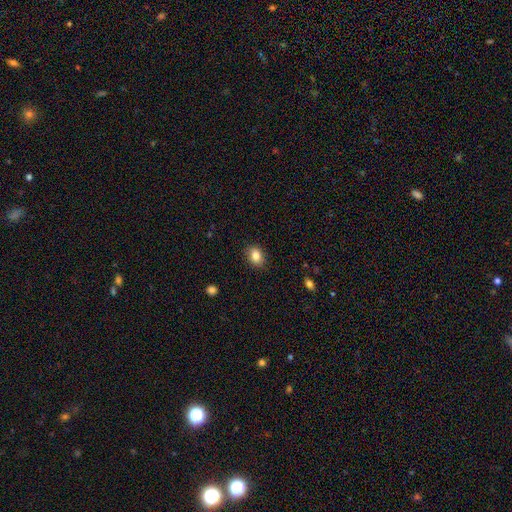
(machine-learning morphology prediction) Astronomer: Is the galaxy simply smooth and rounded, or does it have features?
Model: smooth — 85%.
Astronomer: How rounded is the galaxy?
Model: in between — 67%.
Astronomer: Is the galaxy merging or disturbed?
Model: none — 87%.